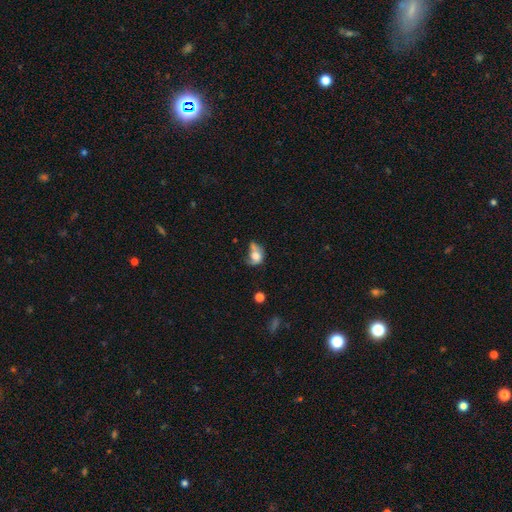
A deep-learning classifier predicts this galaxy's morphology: Smooth or featured? Predicted: smooth (p=0.63). How rounded? Predicted: in between (p=0.55). Merging? Predicted: merger (p=0.29).